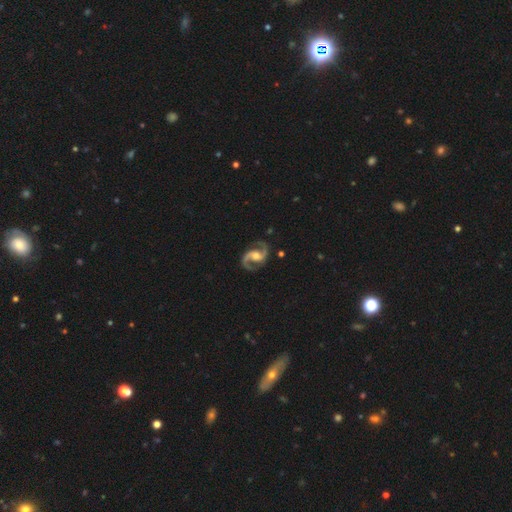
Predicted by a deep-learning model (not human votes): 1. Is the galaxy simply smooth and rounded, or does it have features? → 94% featured or disk, 4% star or artifact, 3% smooth.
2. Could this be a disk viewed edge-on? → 98% no, 2% yes.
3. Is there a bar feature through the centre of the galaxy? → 42% weak, 38% no, 20% strong.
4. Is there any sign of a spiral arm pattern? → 98% yes, 2% no.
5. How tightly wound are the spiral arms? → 66% medium, 21% loose, 14% tight.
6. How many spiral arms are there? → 95% 2, 1% can't tell, 1% 1, 1% 3, 1% 4, 1% more than 4.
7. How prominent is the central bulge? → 62% moderate, 19% small, 14% large, 4% none, 1% dominant.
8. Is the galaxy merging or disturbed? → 83% none, 11% minor disturbance, 4% major disturbance, 2% merger.